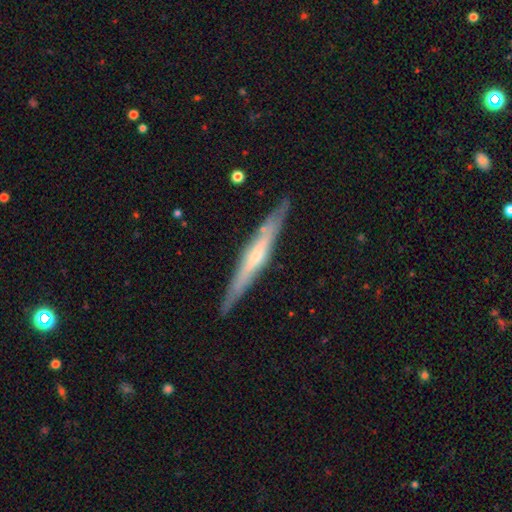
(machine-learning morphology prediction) type=featured or disk (66%); edge-on=yes (93%); edge-on bulge=rounded (48%); merging=none (86%).